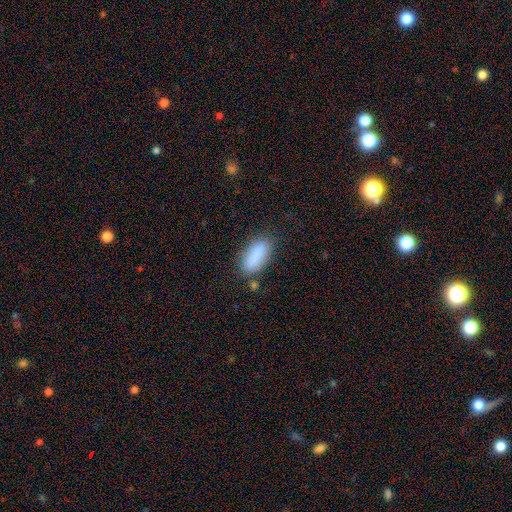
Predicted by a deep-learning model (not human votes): smooth-or-featured: smooth: 86% | star or artifact: 7% | featured or disk: 7%
  how-rounded: in between: 78% | cigar-shaped: 20% | round: 2%
  merging: none: 76% | minor disturbance: 16% | major disturbance: 4% | merger: 4%